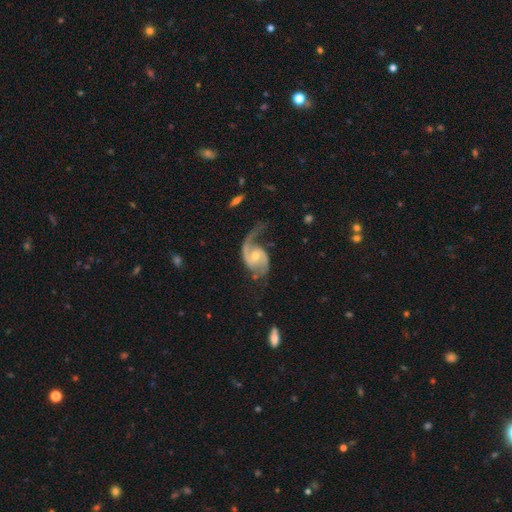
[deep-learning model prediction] A featured or disk galaxy (90%) with no bar (50%), 2 (82%) medium (46%) spiral arms (97%) and a moderate central bulge (58%).

Vote fractions:
- Smooth or featured? featured or disk: 90% / smooth: 5% / star or artifact: 4%
- Edge-on disk? no: 98% / yes: 2%
- Bar? no: 50% / weak: 40% / strong: 10%
- Spiral arms? yes: 97% / no: 3%
- Spiral winding? medium: 46% / loose: 42% / tight: 12%
- Spiral arm count? 2: 82% / 1: 12% / can't tell: 2% / 3: 1% / 4: 1% / more than 4: 1%
- Bulge size? moderate: 58% / small: 36% / large: 3% / none: 2% / dominant: 1%
- Merging? none: 50% / major disturbance: 24% / minor disturbance: 22% / merger: 3%